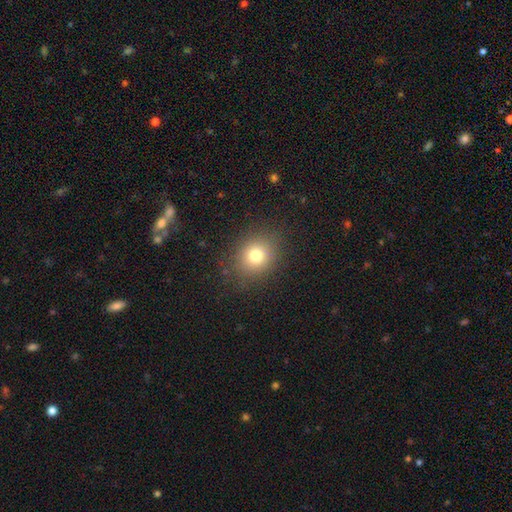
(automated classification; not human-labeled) Smooth or featured?
  - smooth: 78% *
  - star or artifact: 14%
  - featured or disk: 9%
How rounded?
  - round: 72% *
  - in between: 27%
  - cigar-shaped: 1%
Merging?
  - none: 85% *
  - minor disturbance: 10%
  - major disturbance: 4%
  - merger: 1%